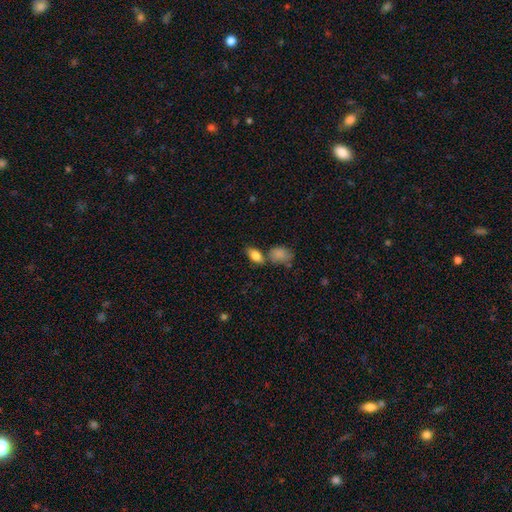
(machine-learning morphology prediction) smooth-or-featured: smooth: 82% | featured or disk: 11% | star or artifact: 8%
  how-rounded: in between: 87% | cigar-shaped: 7% | round: 6%
  merging: none: 64% | merger: 18% | minor disturbance: 14% | major disturbance: 4%